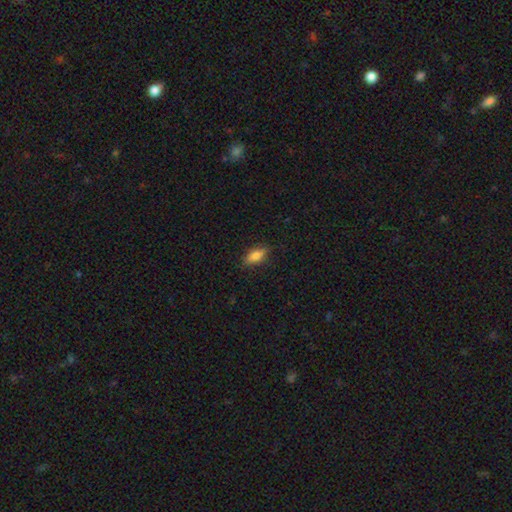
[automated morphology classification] smooth 79%, featured or disk 13%, star or artifact 8%. Down the decision tree: how rounded — in between (80%); merging — none (82%).